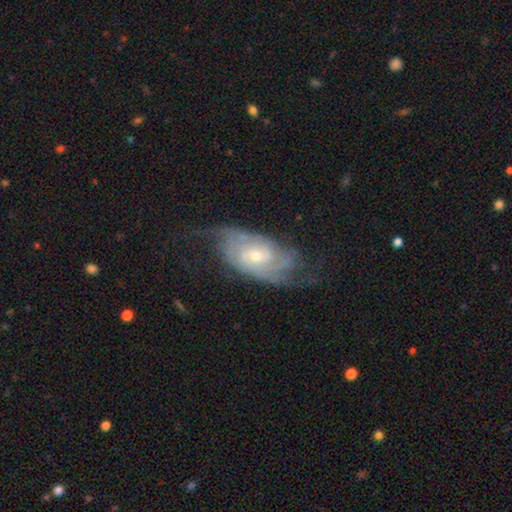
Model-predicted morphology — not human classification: This is clearly a featured or disk galaxy (84%). It is clearly not viewed edge-on (94%). Bar: possibly no (58%). Spiral arm pattern: clearly yes (93%). Spiral arm count: possibly 2 (49%). Spiral winding: possibly tight (46%). Central bulge: possibly small (53%). Merging: likely none (61%).